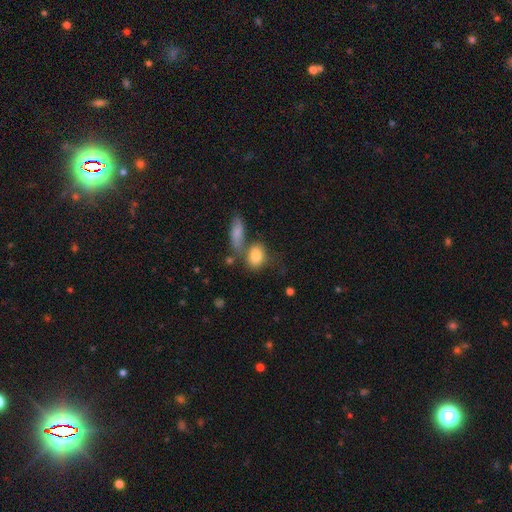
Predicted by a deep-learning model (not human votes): smooth 81%, featured or disk 11%, star or artifact 8%. Down the decision tree: how rounded — in between (62%); merging — none (50%).